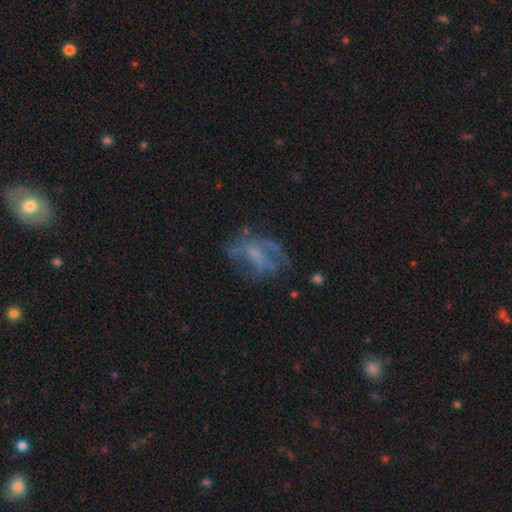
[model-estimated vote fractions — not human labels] The model was most divided on "merging": none: 40%, major disturbance: 37%, minor disturbance: 19%, merger: 4%. More confident: edge-on disk — no (96%); bar — no (69%); spiral arms — no (63%); smooth or featured — featured or disk (57%); bulge size — none (52%).